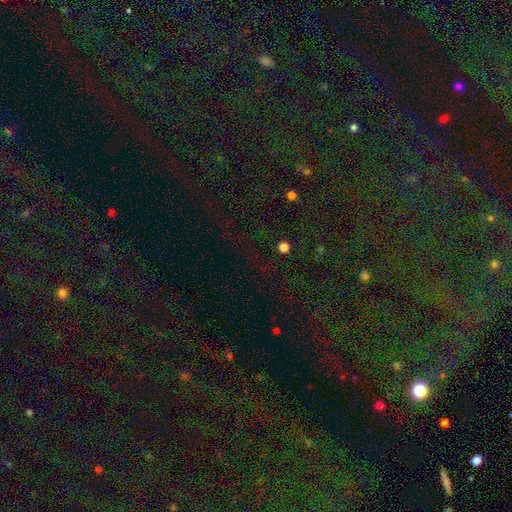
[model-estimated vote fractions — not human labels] smooth 71%, star or artifact 25%, featured or disk 4%. Down the decision tree: how rounded — round (91%); merging — none (91%).